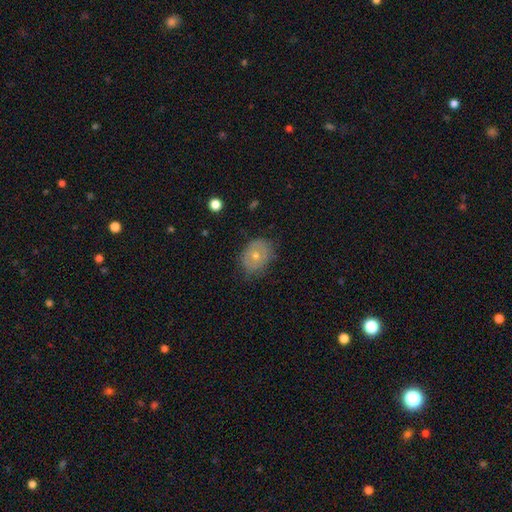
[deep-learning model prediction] smooth_or_featured: smooth (p=0.54) [alt: featured or disk p=0.38]
how_rounded: in between (p=0.55) [alt: round p=0.44]
merging: none (p=0.67) [alt: minor disturbance p=0.25]